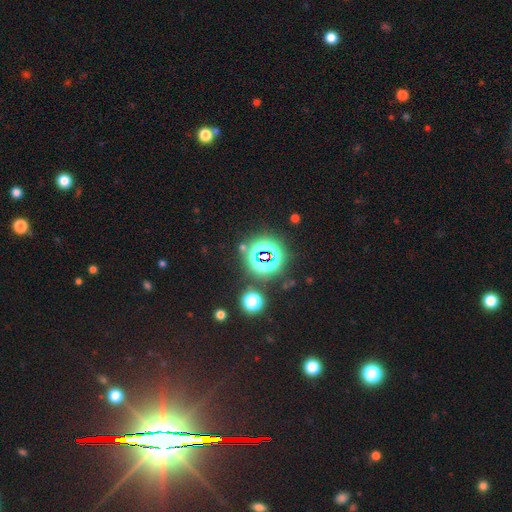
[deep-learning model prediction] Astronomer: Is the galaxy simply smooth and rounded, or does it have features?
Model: star or artifact — 74%.